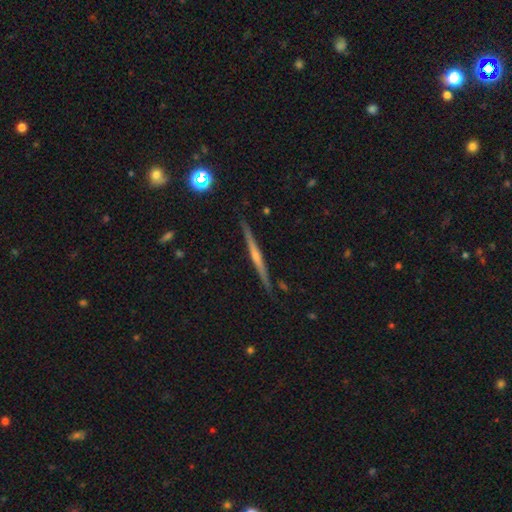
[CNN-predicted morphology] Smooth or featured? Predicted: featured or disk (p=0.80). Edge-on disk? Predicted: yes (p=0.98). Edge-on bulge? Predicted: rounded (p=0.73). Merging? Predicted: none (p=0.90).